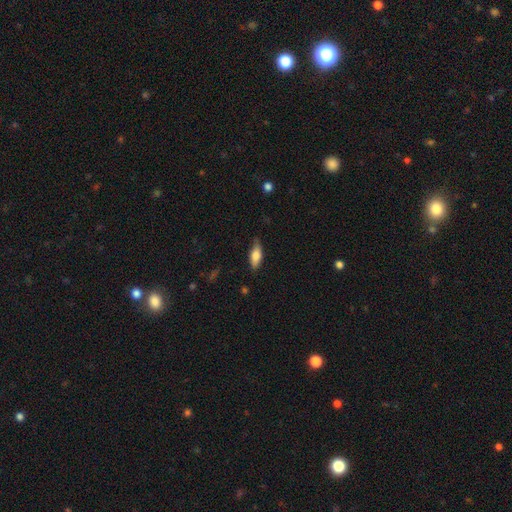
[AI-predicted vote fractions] Smooth or featured: smooth — 73% (featured or disk — 21%)
How rounded: in between — 72% (cigar-shaped — 26%)
Merging: none — 75% (minor disturbance — 21%)